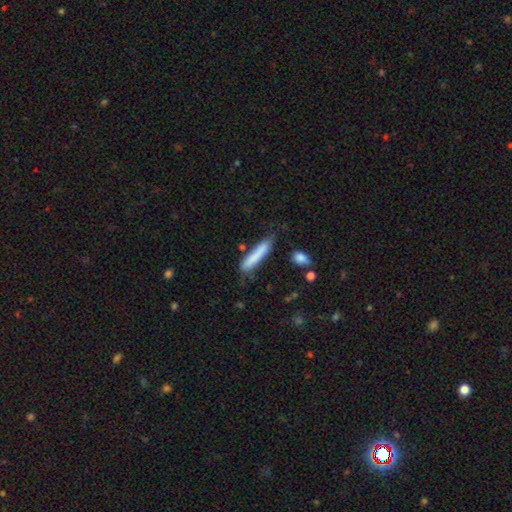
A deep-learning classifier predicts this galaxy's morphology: smooth 81%, featured or disk 13%, star or artifact 6%. Down the decision tree: how rounded — cigar-shaped (88%); merging — none (69%).